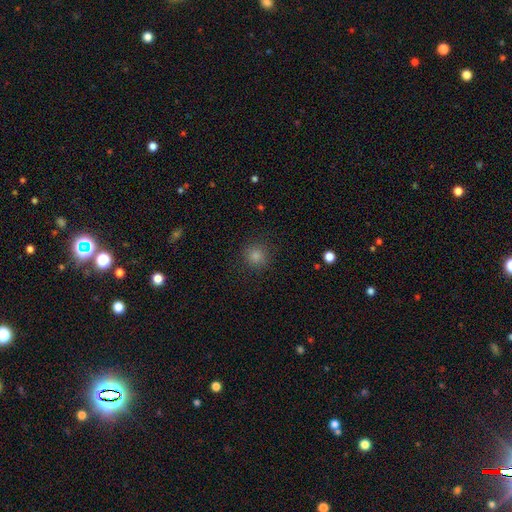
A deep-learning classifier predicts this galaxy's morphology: smooth 76%, star or artifact 19%, featured or disk 5%. Down the decision tree: how rounded — round (93%); merging — none (89%).